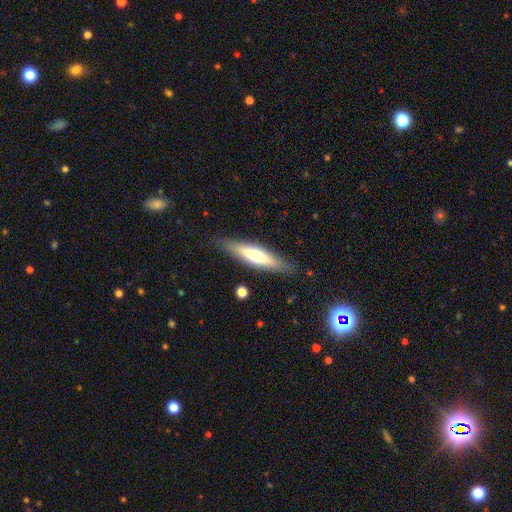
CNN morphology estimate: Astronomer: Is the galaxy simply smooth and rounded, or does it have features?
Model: smooth — 58% (runner-up: featured or disk, 36%).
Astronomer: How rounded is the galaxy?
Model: cigar-shaped — 77%.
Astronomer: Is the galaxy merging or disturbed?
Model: none — 85%.